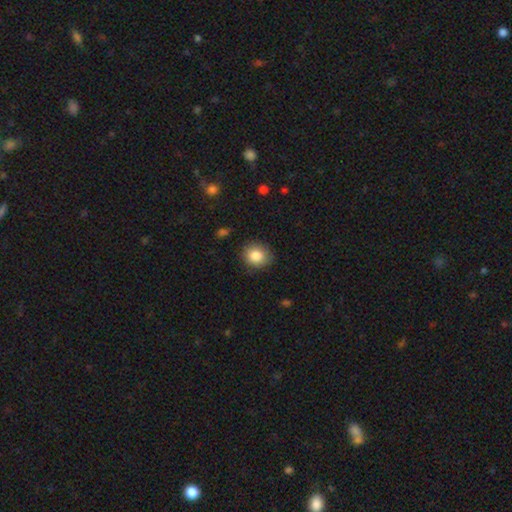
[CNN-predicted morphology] This appears to be a smooth galaxy with no disk features (85%) that is round (73%). Merging: none (84%).